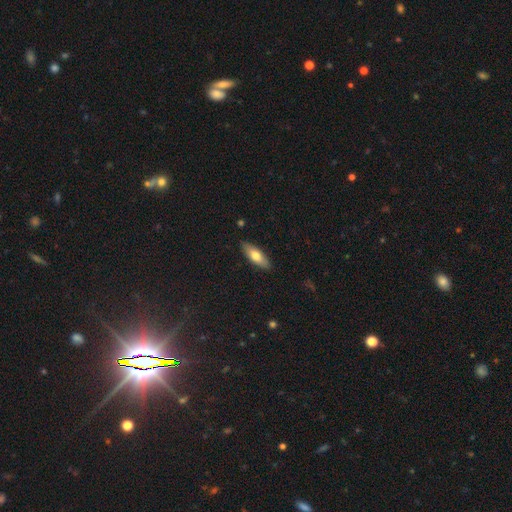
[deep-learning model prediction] Smooth or featured: smooth — 70% (featured or disk — 24%)
How rounded: in between — 63% (cigar-shaped — 35%)
Merging: none — 88% (minor disturbance — 9%)